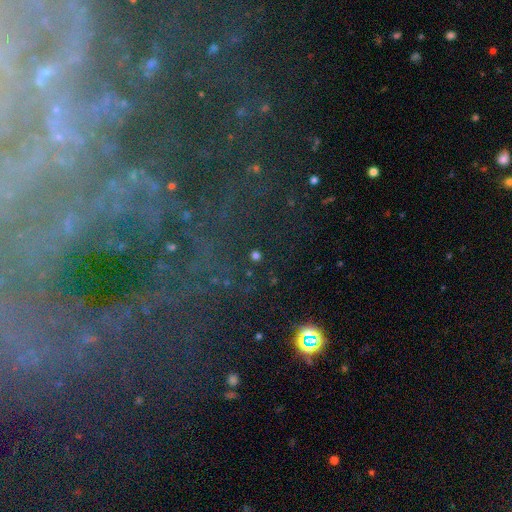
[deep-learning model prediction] Smooth or featured?
  - smooth: 46% *
  - star or artifact: 43%
  - featured or disk: 11%
Merging?
  - none: 82% *
  - minor disturbance: 8%
  - major disturbance: 5%
  - merger: 4%